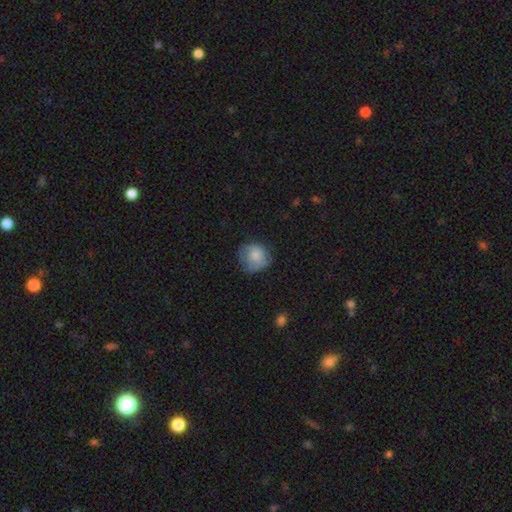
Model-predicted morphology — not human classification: Q: Smooth or featured?
A: smooth (81%); runner-up: featured or disk (11%)
Q: How rounded?
A: round (86%); runner-up: in between (14%)
Q: Merging?
A: none (62%); runner-up: minor disturbance (28%)